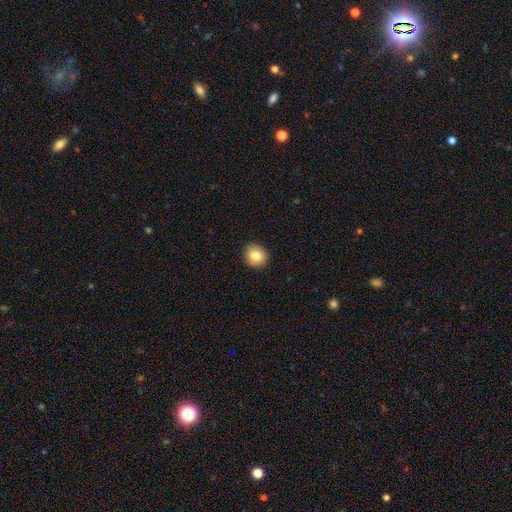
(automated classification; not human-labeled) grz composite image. It shows a smooth galaxy with no disk features (82%) that is round (84%). Merging: none (91%).